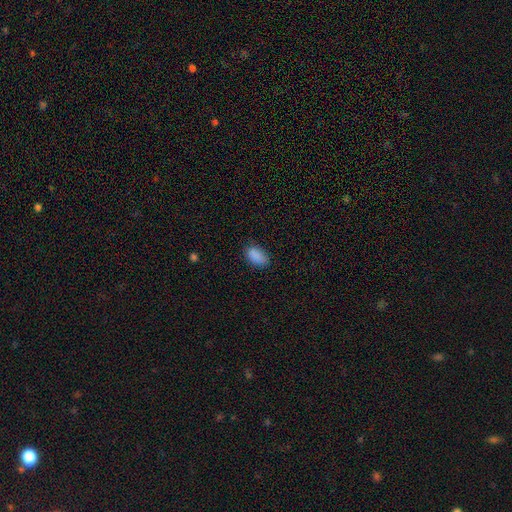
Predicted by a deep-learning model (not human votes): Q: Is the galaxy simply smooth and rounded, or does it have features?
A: smooth — 88%.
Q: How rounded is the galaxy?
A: in between — 92%.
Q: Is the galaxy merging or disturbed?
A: none — 79%.